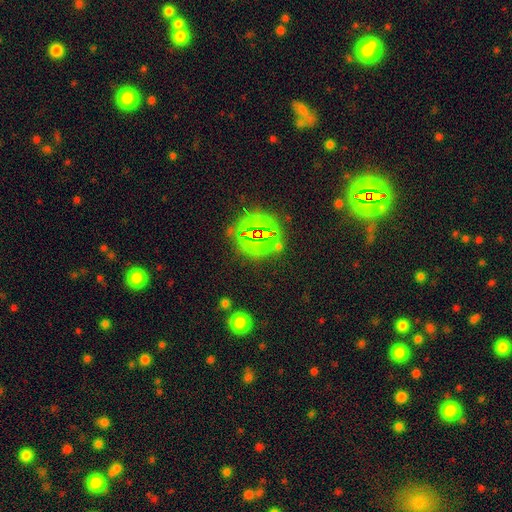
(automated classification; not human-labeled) Smooth or featured?
  - star or artifact: 78% *
  - smooth: 15%
  - featured or disk: 7%